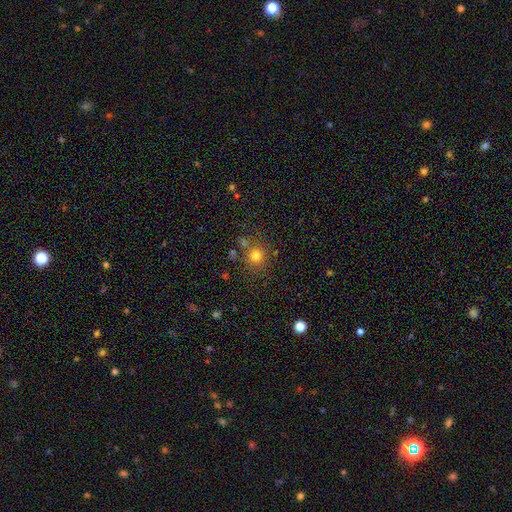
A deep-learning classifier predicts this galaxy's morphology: The model was most divided on "smooth or featured": smooth: 77%, star or artifact: 16%, featured or disk: 7%. More confident: how rounded — round (90%); merging — none (76%).